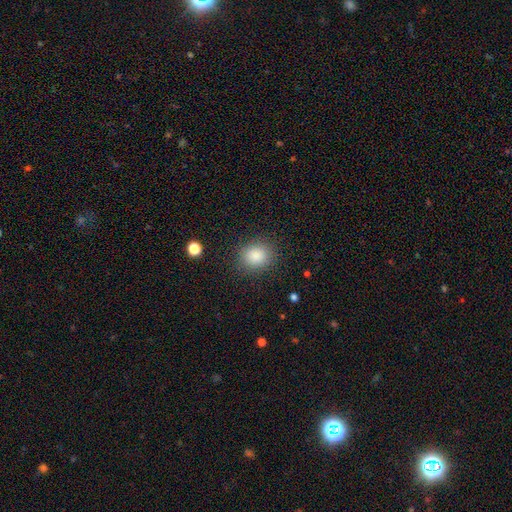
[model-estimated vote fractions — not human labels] Morphology: type=smooth (86%); roundness=round (66%); merging=none (86%).